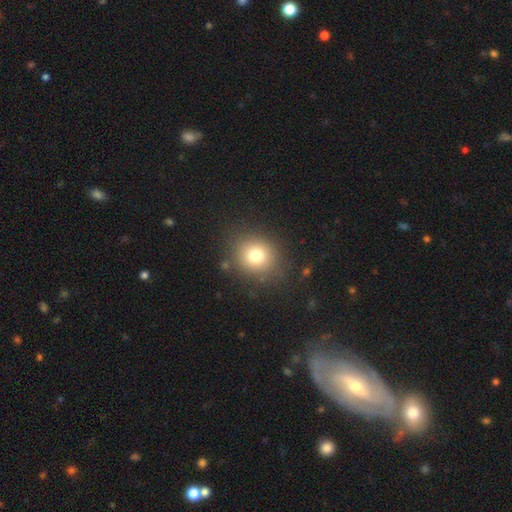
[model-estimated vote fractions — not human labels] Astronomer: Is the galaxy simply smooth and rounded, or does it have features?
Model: smooth — 77%.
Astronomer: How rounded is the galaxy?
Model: round — 78%.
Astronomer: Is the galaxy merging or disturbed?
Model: none — 84%.